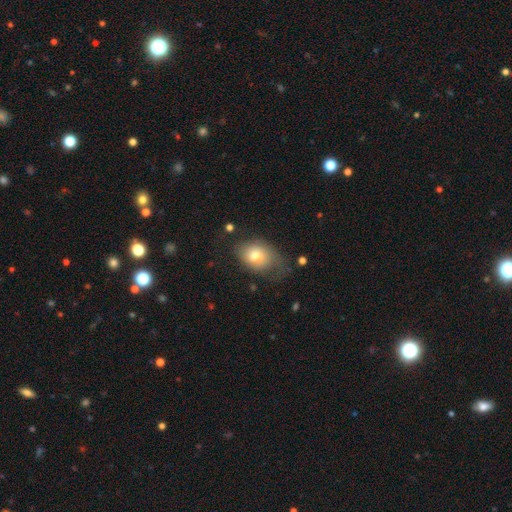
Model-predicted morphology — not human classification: type=smooth (75%); roundness=in between (69%); merging=none (47%).